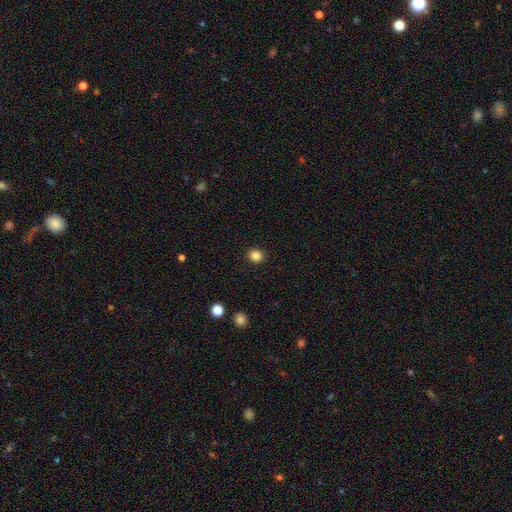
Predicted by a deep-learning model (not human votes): This appears to be a smooth galaxy with no disk features (85%) that is round (86%). Merging: none (92%).